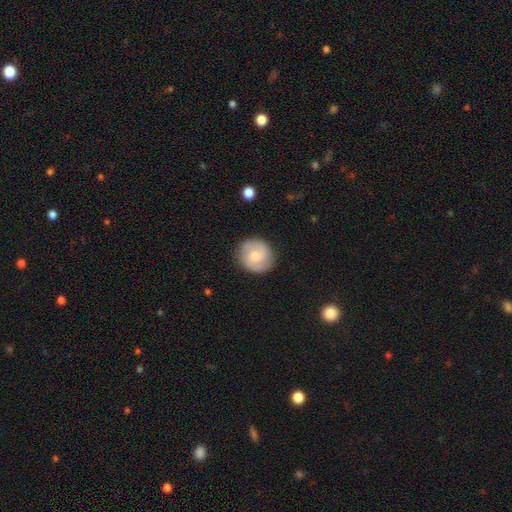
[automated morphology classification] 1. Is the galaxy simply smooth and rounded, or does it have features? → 60% featured or disk, 34% smooth, 6% star or artifact.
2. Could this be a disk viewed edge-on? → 98% no, 2% yes.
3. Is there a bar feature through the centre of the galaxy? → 51% no, 43% weak, 6% strong.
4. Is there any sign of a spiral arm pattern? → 92% yes, 8% no.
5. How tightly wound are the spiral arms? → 47% medium, 37% tight, 16% loose.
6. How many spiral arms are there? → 84% 2, 8% can't tell, 4% 3, 2% 1, 1% 4, 1% more than 4.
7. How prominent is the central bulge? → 49% moderate, 38% small, 6% none, 5% large, 1% dominant.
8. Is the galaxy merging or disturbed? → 86% none, 10% minor disturbance, 3% major disturbance, 1% merger.